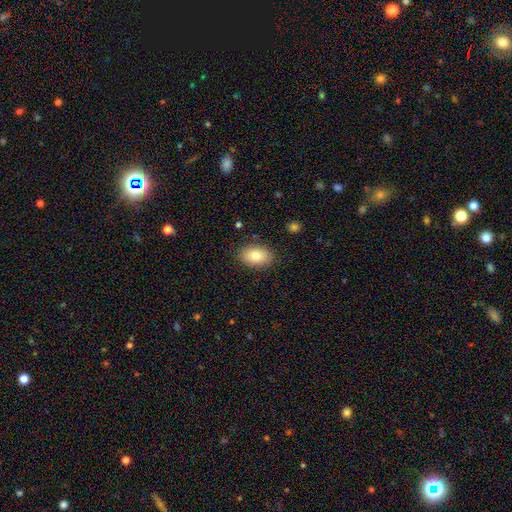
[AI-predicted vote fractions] Overall: smooth (81%). How rounded: in between (86%). Merging: none (86%).